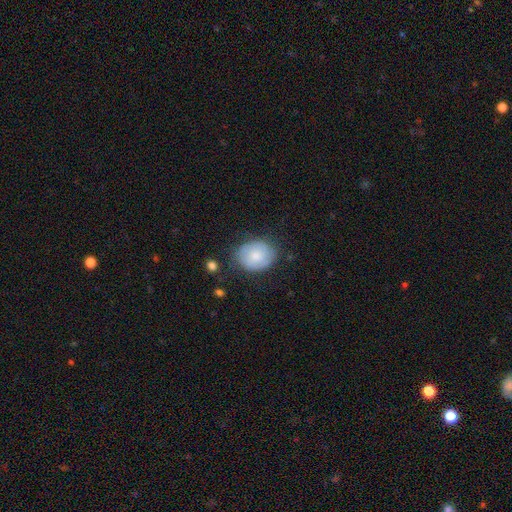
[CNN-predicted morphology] Smooth or featured? smooth (70%)
How rounded? round (55%)
Merging? none (73%)